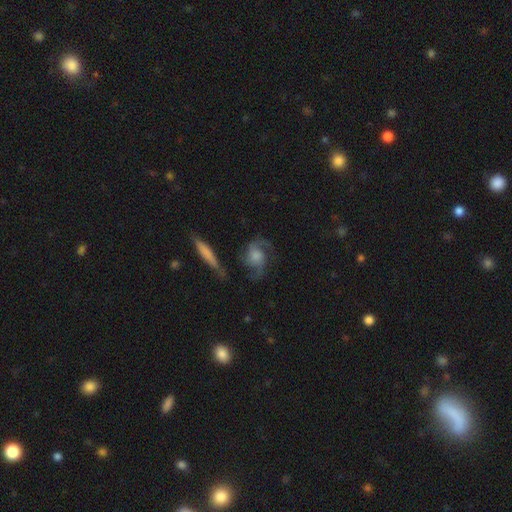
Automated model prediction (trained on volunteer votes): smooth_or_featured: featured or disk (p=0.82) [alt: smooth p=0.12]
disk_edge_on: no (p=0.94) [alt: yes p=0.06]
bar: no (p=0.66) [alt: weak p=0.28]
has_spiral_arms: yes (p=0.96) [alt: no p=0.04]
spiral_winding: medium (p=0.53) [alt: loose p=0.29]
spiral_arm_count: 2 (p=0.73) [alt: 3 p=0.12]
bulge_size: moderate (p=0.38) [alt: large p=0.25]
merging: none (p=0.67) [alt: minor disturbance p=0.17]